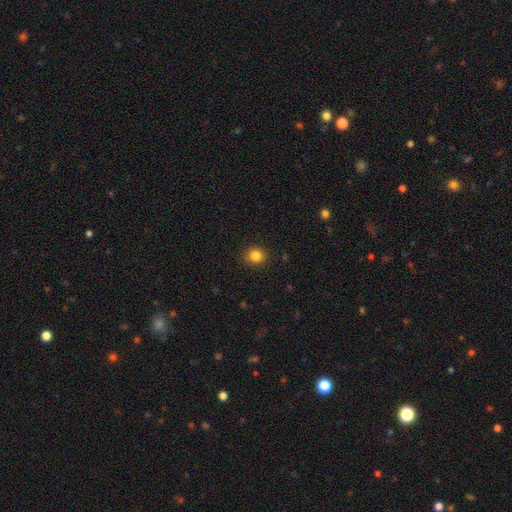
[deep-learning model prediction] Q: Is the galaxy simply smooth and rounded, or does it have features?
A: smooth — 85%.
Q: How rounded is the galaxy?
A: round — 87%.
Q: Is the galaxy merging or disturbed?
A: none — 89%.